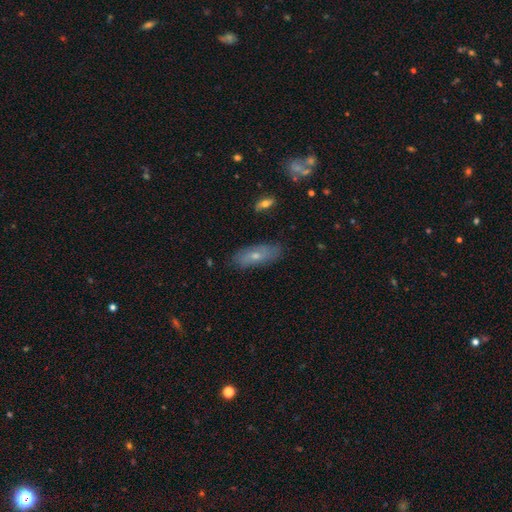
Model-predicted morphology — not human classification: This appears to be a smooth galaxy with no disk features (54%) that is in between round and cigar-shaped (68%). Merging: none (80%).